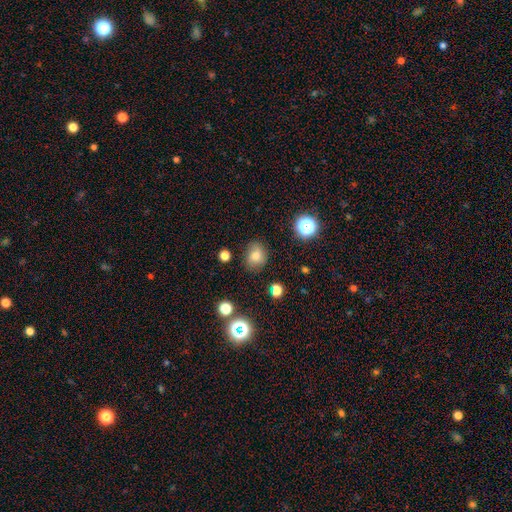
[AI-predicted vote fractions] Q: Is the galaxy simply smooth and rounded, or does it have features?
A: smooth — 70%.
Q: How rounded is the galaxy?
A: round — 63%.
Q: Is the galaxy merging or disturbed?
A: none — 76%.